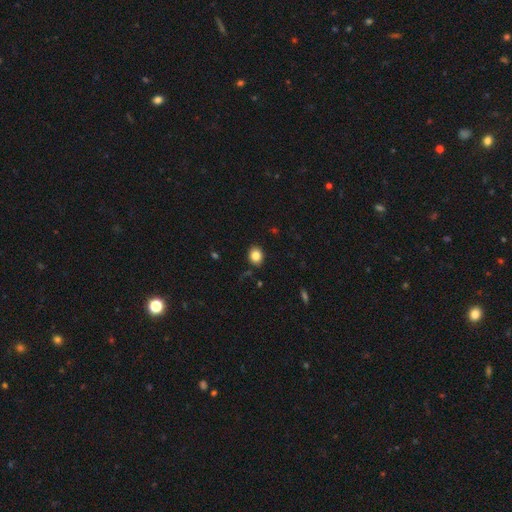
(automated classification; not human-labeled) A smooth galaxy with no disk features (84%) that is round (64%). Merging: none (88%).